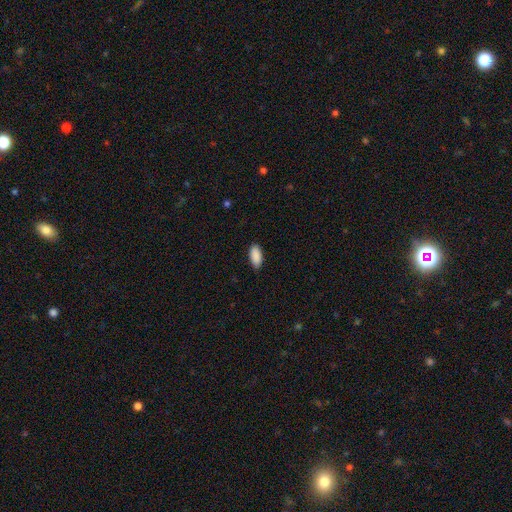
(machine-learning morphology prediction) smooth 91%, star or artifact 6%, featured or disk 3%. Down the decision tree: how rounded — in between (90%); merging — none (86%).